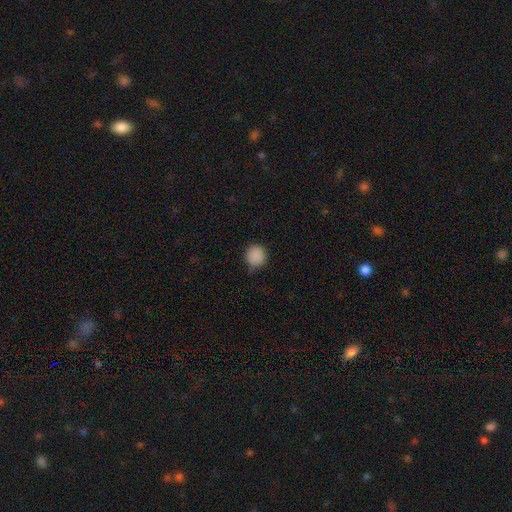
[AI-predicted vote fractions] This is clearly a smooth galaxy (88%). How rounded: clearly round (92%). Merging: likely none (80%).